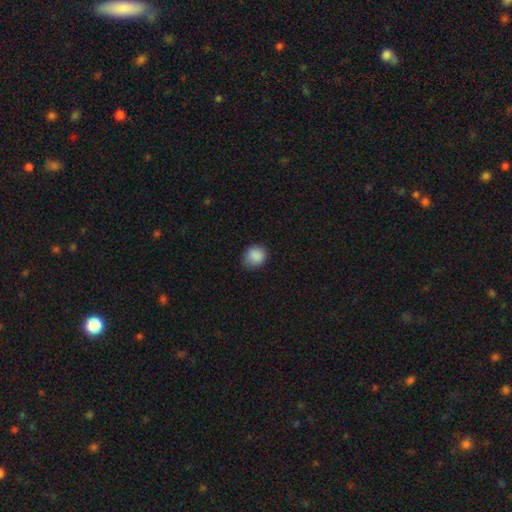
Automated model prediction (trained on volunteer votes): A smooth galaxy with no disk features (88%) that is round (73%).

Vote fractions:
- Smooth or featured? smooth: 88% / star or artifact: 9% / featured or disk: 3%
- How rounded? round: 73% / in between: 27% / cigar-shaped: 1%
- Merging? none: 76% / minor disturbance: 20% / major disturbance: 4% / merger: 1%